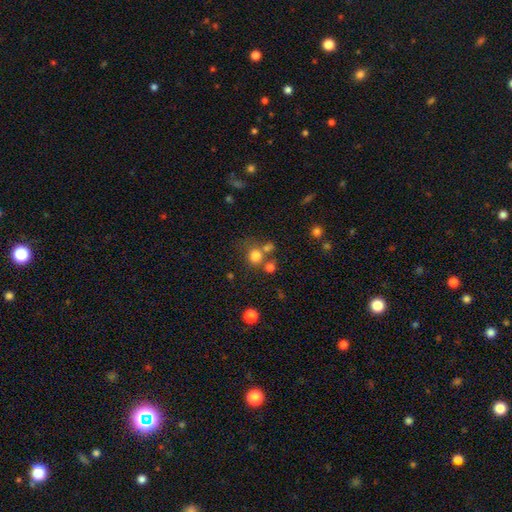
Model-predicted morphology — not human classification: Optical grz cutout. It shows a smooth galaxy with no disk features (76%) that is round (81%). Merging: none (53%).